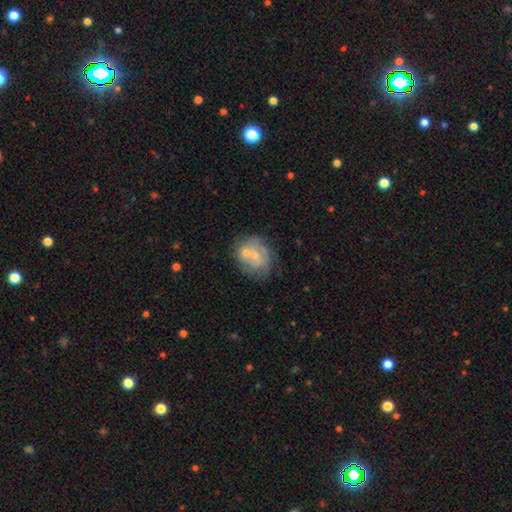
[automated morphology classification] type=smooth (46%, tied with featured or disk); merging=none (41%).